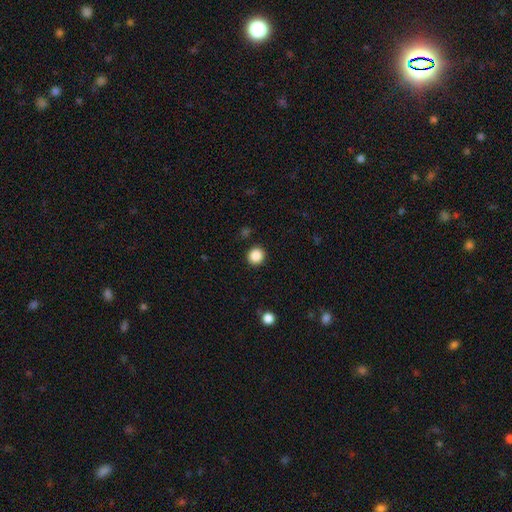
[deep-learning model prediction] Overall: smooth (87%). How rounded: round (94%). Merging: none (92%).